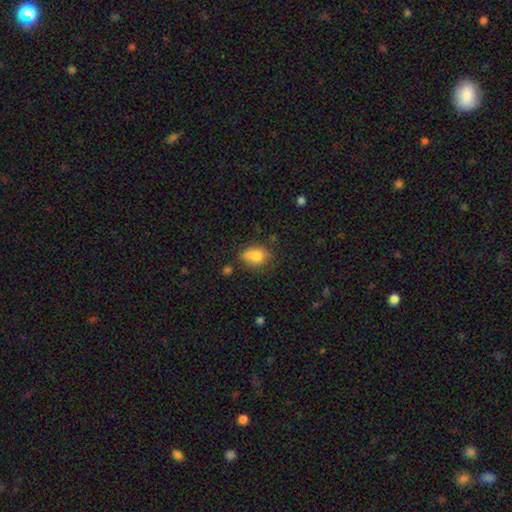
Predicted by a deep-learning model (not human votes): Smooth or featured? smooth (80%)
How rounded? in between (67%)
Merging? none (49%)